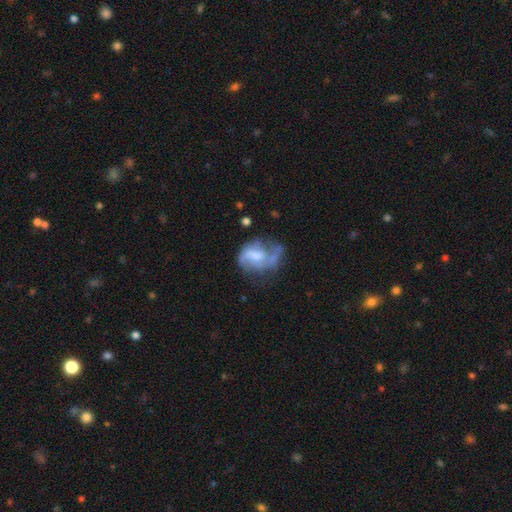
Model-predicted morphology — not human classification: type=featured or disk (64%); edge-on=no (97%); bar=no (46%); spiral arms=yes (72%); bulge=moderate (43%); merging=none (35%).